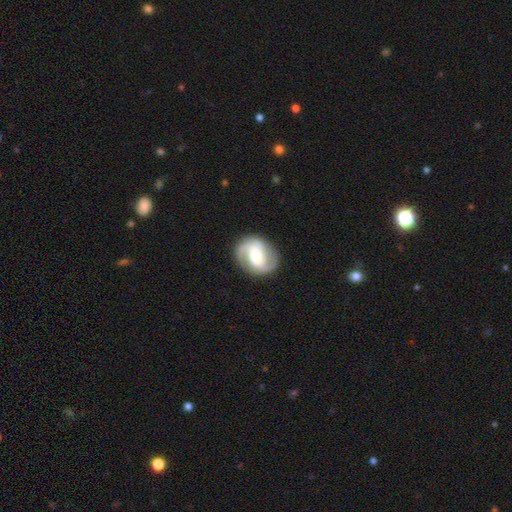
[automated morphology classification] A featured or disk galaxy (78%) with a weak bar (40%), 2 (90%) medium (48%) spiral arms (92%) and a moderate central bulge (55%). Merging: none (85%).